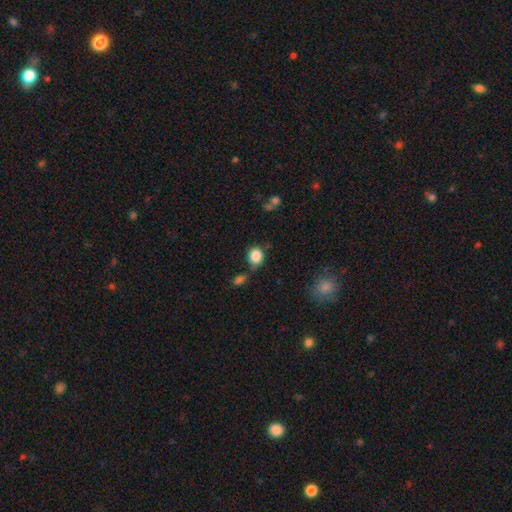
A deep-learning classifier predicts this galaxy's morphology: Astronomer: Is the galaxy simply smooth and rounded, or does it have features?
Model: smooth — 86%.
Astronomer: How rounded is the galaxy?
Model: round — 71%.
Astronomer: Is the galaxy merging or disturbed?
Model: none — 57%.